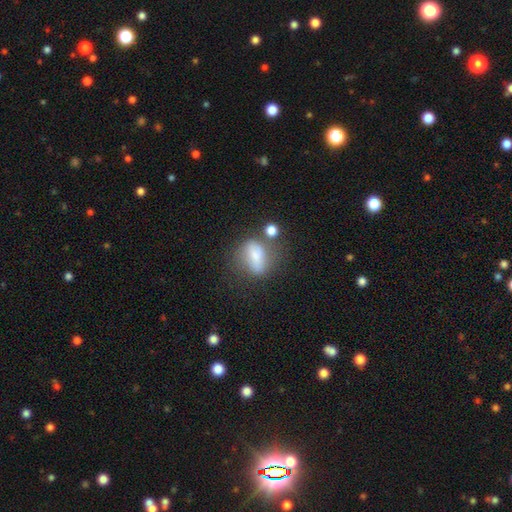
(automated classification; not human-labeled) This is likely a smooth galaxy (63%). How rounded: likely in between (68%). Merging: marginally none (38%).